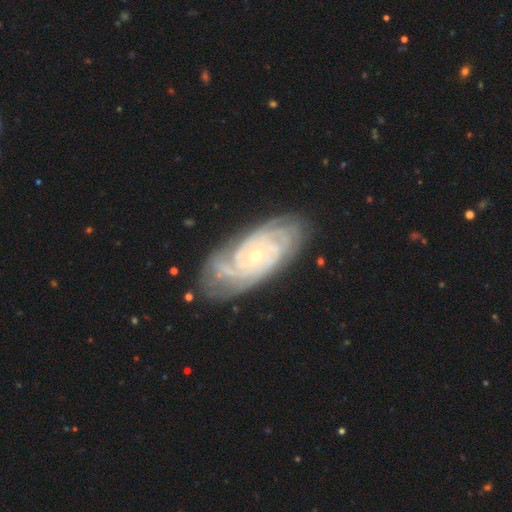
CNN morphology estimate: A featured or disk galaxy (89%) with no bar (76%), tight (81%) spiral arms (98%) and a small central bulge (76%).

Vote fractions:
- Smooth or featured? featured or disk: 89% / smooth: 6% / star or artifact: 5%
- Edge-on disk? no: 95% / yes: 5%
- Bar? no: 76% / weak: 18% / strong: 6%
- Spiral arms? yes: 98% / no: 2%
- Spiral winding? tight: 81% / medium: 16% / loose: 3%
- Spiral arm count? can't tell: 27% / 4: 21% / 3: 19% / 2: 15% / more than 4: 12% / 1: 6%
- Bulge size? small: 76% / moderate: 21% / large: 1% / none: 1% / dominant: 1%
- Merging? none: 75% / minor disturbance: 18% / major disturbance: 5% / merger: 2%